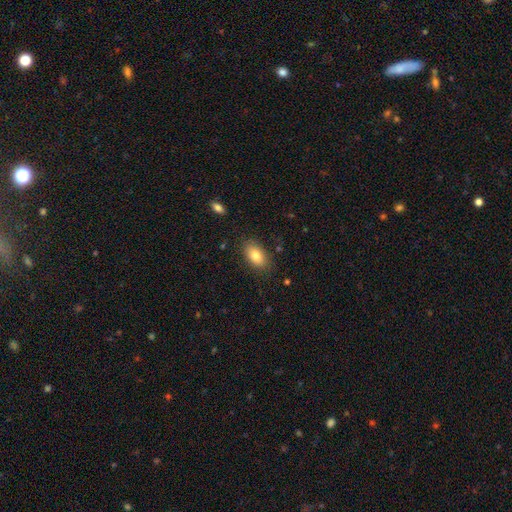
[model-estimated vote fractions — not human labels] This appears to be a smooth galaxy with no disk features (82%) that is in between round and cigar-shaped (90%). Merging: none (84%).